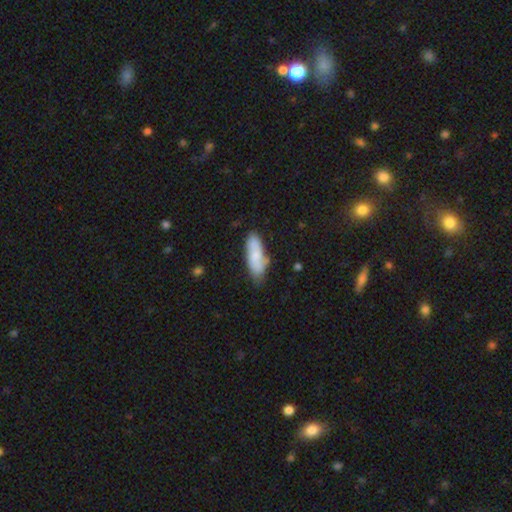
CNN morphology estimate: smooth_or_featured: smooth (p=0.71) [alt: featured or disk p=0.23]
how_rounded: in between (p=0.64) [alt: cigar-shaped p=0.34]
merging: none (p=0.67) [alt: minor disturbance p=0.23]